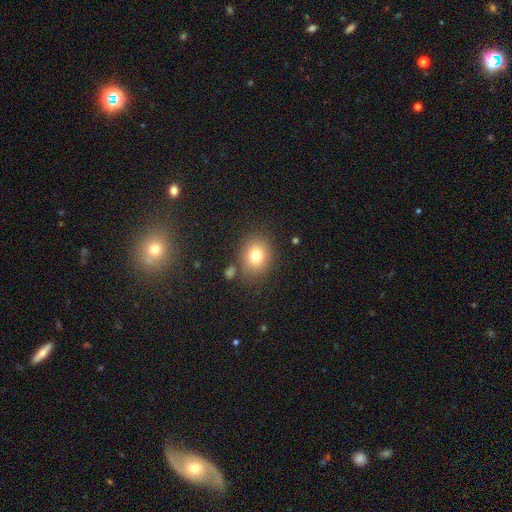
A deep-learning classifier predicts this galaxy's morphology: A smooth galaxy with no disk features (78%) that is round (61%). Merging: none (80%).